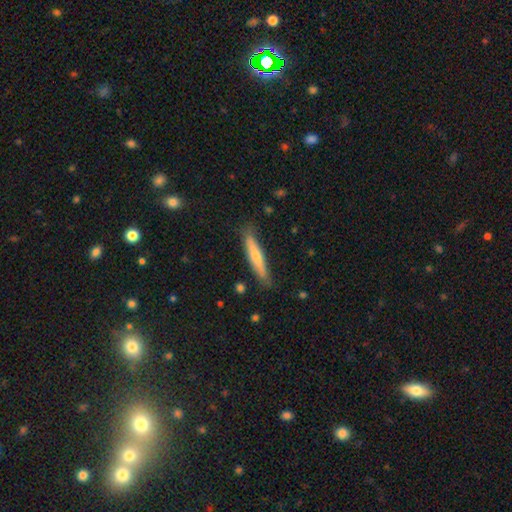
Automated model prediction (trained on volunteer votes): This is possibly a smooth galaxy (59%). How rounded: clearly cigar-shaped (91%). Merging: clearly none (85%).